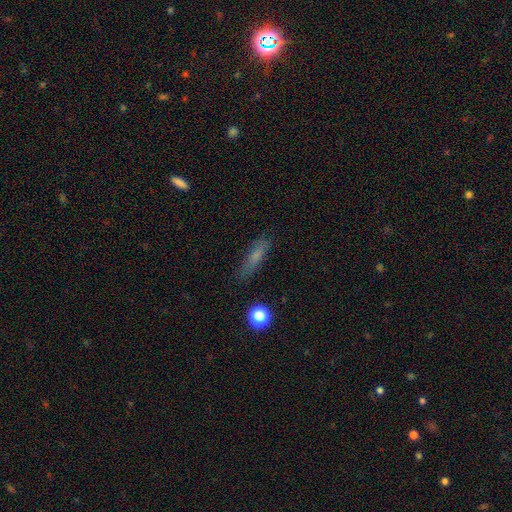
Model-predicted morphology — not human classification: A smooth galaxy with no disk features (66%) that is cigar-shaped (72%). Merging: none (79%).